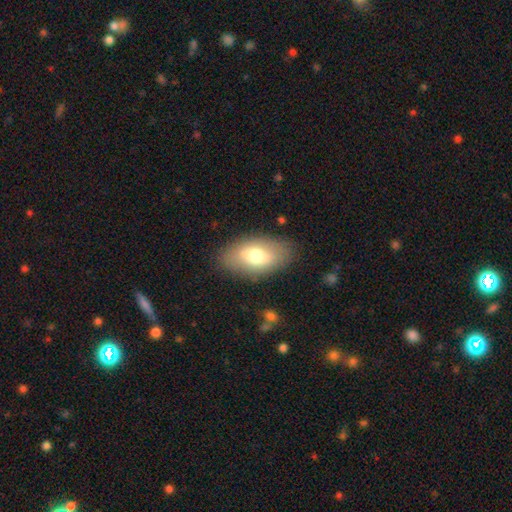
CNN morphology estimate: Smooth or featured: smooth — 66% (featured or disk — 27%)
How rounded: in between — 92% (round — 4%)
Merging: none — 84% (minor disturbance — 11%)